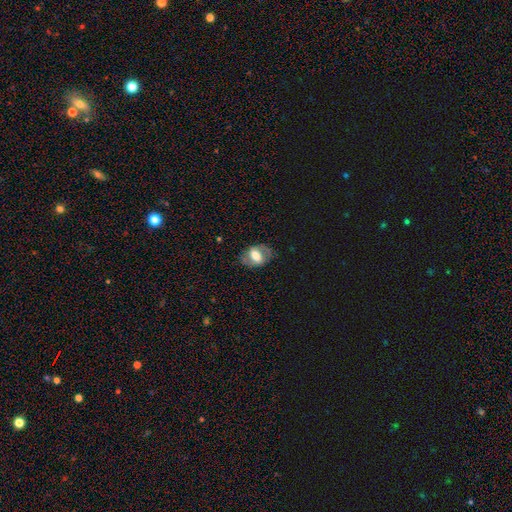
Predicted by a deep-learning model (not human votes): Q: Smooth or featured?
A: featured or disk (48%); runner-up: smooth (44%)
Q: Merging?
A: none (71%); runner-up: minor disturbance (18%)